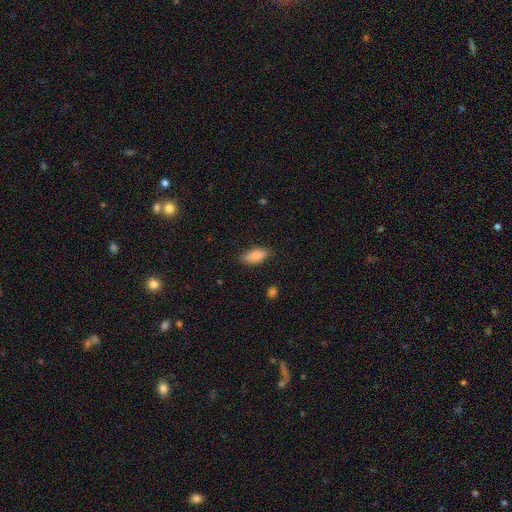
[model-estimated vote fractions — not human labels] A smooth galaxy with no disk features (85%) that is in between round and cigar-shaped (84%).

Vote fractions:
- Smooth or featured? smooth: 85% / featured or disk: 8% / star or artifact: 7%
- How rounded? in between: 84% / cigar-shaped: 13% / round: 3%
- Merging? none: 83% / minor disturbance: 13% / major disturbance: 3% / merger: 1%